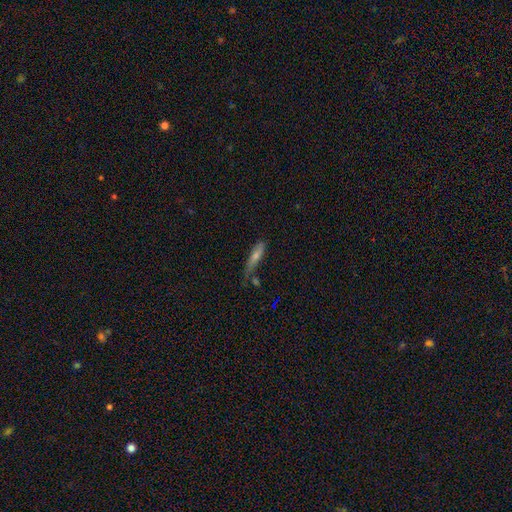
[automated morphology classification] Q: Smooth or featured?
A: smooth (53%); runner-up: featured or disk (38%)
Q: How rounded?
A: cigar-shaped (82%); runner-up: in between (16%)
Q: Merging?
A: none (61%); runner-up: minor disturbance (24%)